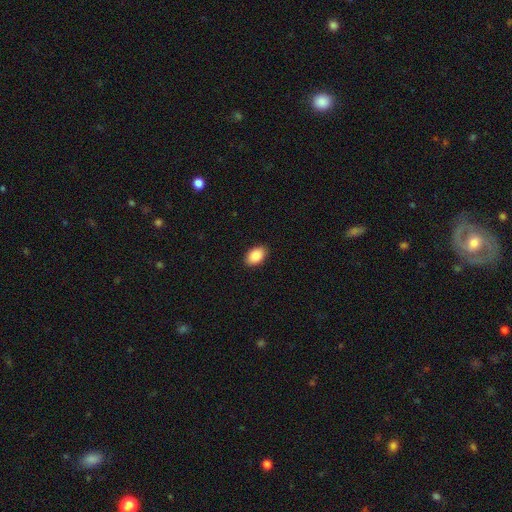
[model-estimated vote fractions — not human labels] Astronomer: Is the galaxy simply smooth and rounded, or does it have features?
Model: smooth — 88%.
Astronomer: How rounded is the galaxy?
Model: in between — 89%.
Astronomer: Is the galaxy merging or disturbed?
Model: none — 89%.